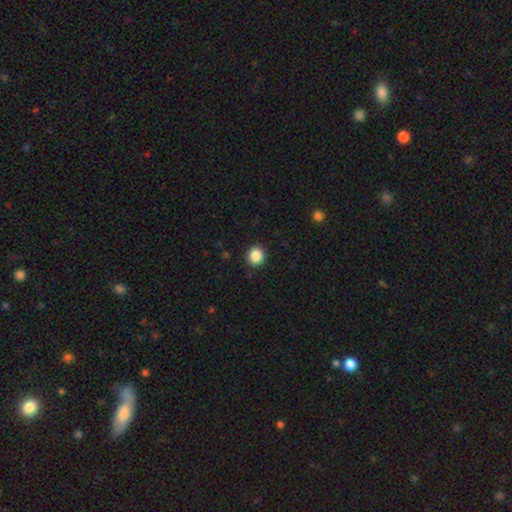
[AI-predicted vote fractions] smooth-or-featured: smooth: 87% | star or artifact: 9% | featured or disk: 3%
  how-rounded: round: 90% | in between: 9% | cigar-shaped: 1%
  merging: none: 92% | minor disturbance: 6% | major disturbance: 2% | merger: 1%